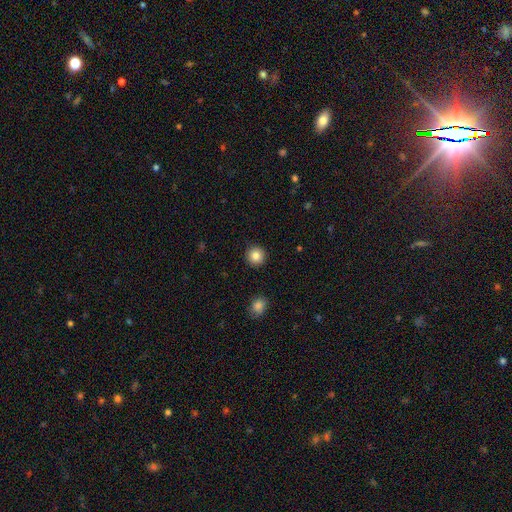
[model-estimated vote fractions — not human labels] smooth_or_featured: smooth (p=0.84) [alt: star or artifact p=0.10]
how_rounded: round (p=0.95) [alt: in between p=0.04]
merging: none (p=0.93) [alt: minor disturbance p=0.04]